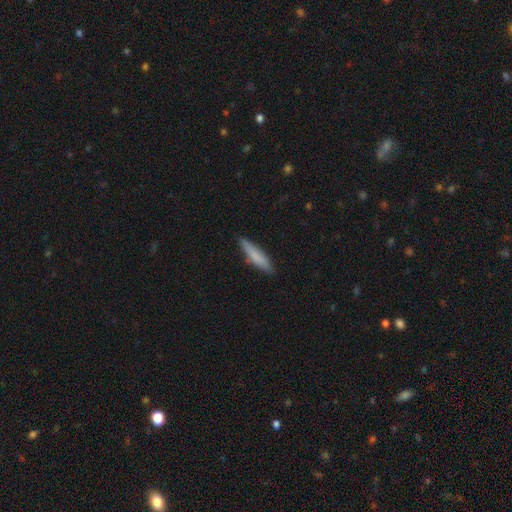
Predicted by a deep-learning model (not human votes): Morphology: type=smooth (77%); roundness=cigar-shaped (86%); merging=none (85%).